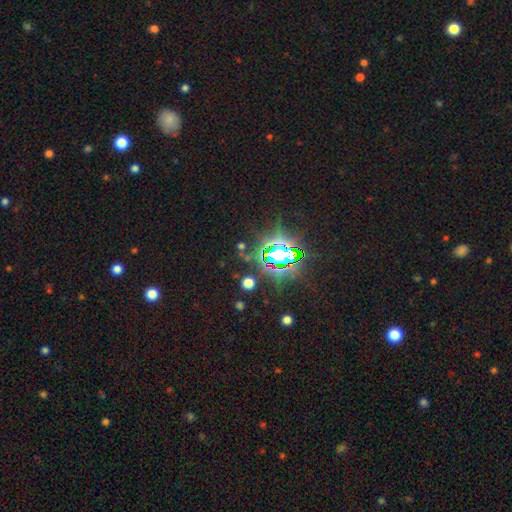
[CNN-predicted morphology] The model was most divided on "smooth or featured": star or artifact: 81%, smooth: 10%, featured or disk: 8%.